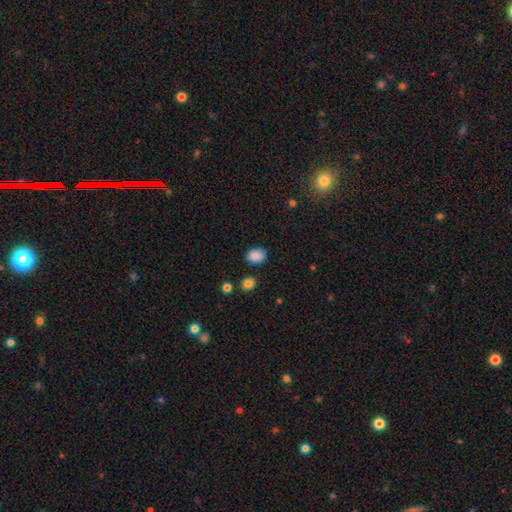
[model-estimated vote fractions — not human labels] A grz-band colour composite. It shows a smooth galaxy with no disk features (88%) that is in between round and cigar-shaped (66%). Merging: none (84%).